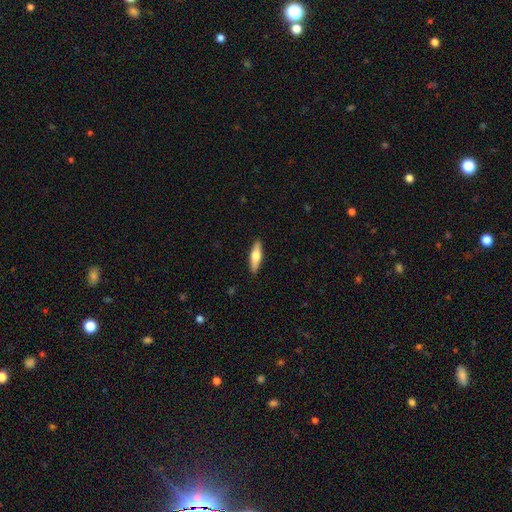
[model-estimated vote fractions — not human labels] Overall: smooth (56%; featured or disk 38%). How rounded: cigar-shaped (62%; in between 35%). Merging: none (90%).